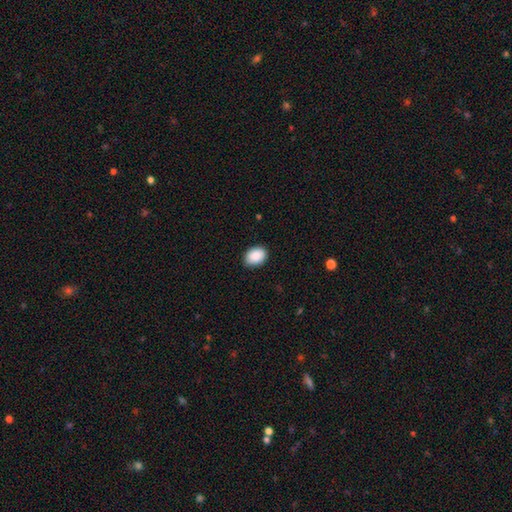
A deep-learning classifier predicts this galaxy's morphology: smooth_or_featured: smooth (p=0.90) [alt: star or artifact p=0.07]
how_rounded: in between (p=0.75) [alt: round p=0.24]
merging: none (p=0.84) [alt: minor disturbance p=0.13]